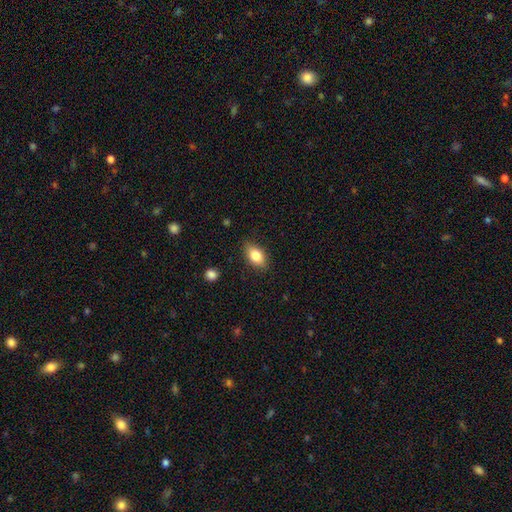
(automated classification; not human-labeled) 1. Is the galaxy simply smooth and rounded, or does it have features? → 80% smooth, 12% featured or disk, 8% star or artifact.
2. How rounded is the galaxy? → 86% in between, 9% round, 4% cigar-shaped.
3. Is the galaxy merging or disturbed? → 84% none, 12% minor disturbance, 3% major disturbance, 1% merger.